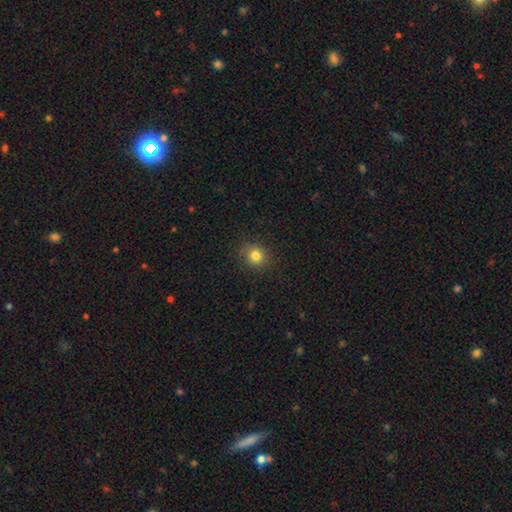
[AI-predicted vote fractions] smooth-or-featured: smooth: 81% | star or artifact: 13% | featured or disk: 6%
  how-rounded: round: 83% | in between: 16% | cigar-shaped: 1%
  merging: none: 88% | minor disturbance: 9% | major disturbance: 3% | merger: 1%